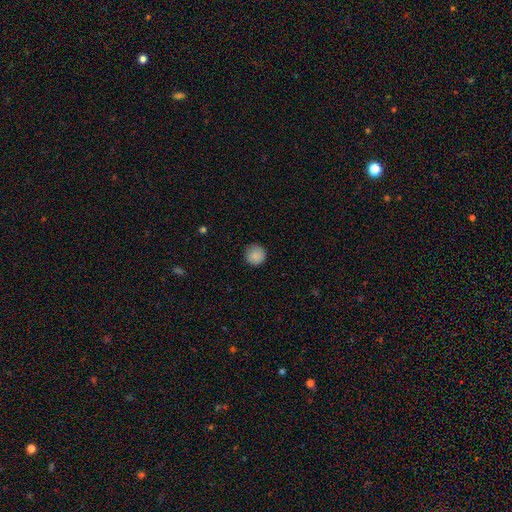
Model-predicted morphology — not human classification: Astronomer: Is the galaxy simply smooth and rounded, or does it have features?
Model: smooth — 88%.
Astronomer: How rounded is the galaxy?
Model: round — 95%.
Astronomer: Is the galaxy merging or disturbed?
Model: none — 88%.